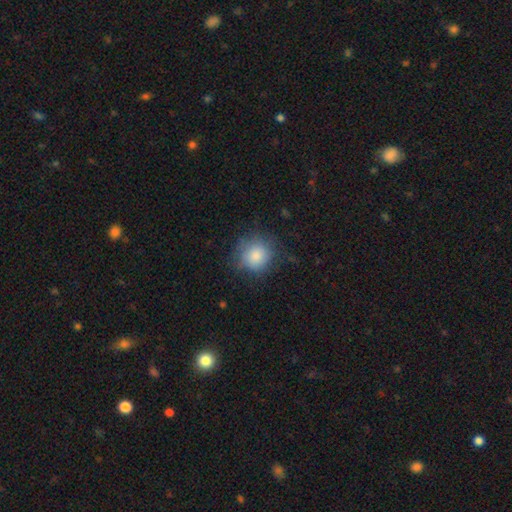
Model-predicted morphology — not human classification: Smooth or featured? smooth (81%)
How rounded? round (89%)
Merging? none (71%)